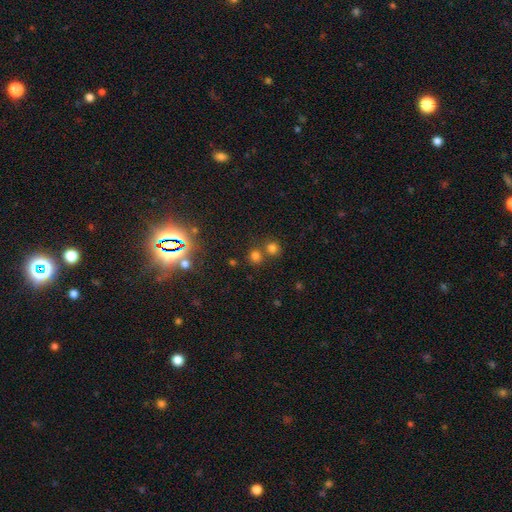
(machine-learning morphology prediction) smooth 66%, star or artifact 27%, featured or disk 7%. Down the decision tree: how rounded — round (89%); merging — none (67%).